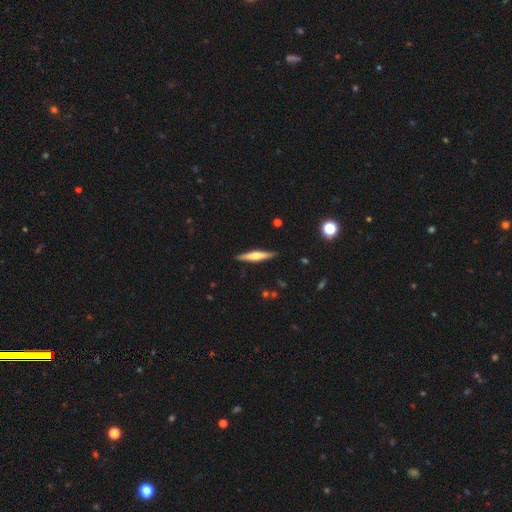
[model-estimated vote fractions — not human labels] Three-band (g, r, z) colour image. It shows a featured or disk galaxy (56%) viewed edge-on (96%) with a rounded central bulge (78%). Merging: none (90%).